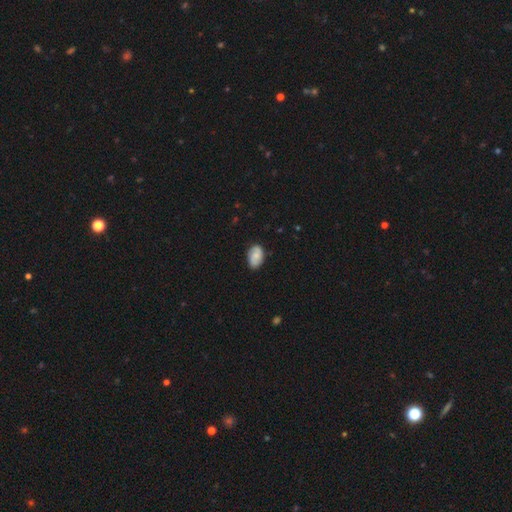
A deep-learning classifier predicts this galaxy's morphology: Overall: smooth (72%). How rounded: in between (90%). Merging: none (78%).